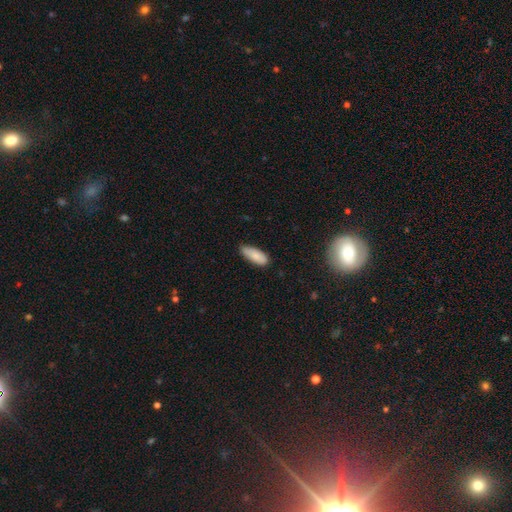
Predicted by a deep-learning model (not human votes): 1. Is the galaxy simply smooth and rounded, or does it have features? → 85% smooth, 9% featured or disk, 6% star or artifact.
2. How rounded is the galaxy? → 77% in between, 21% cigar-shaped, 2% round.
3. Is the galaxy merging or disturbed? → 75% none, 21% minor disturbance, 3% major disturbance, 1% merger.